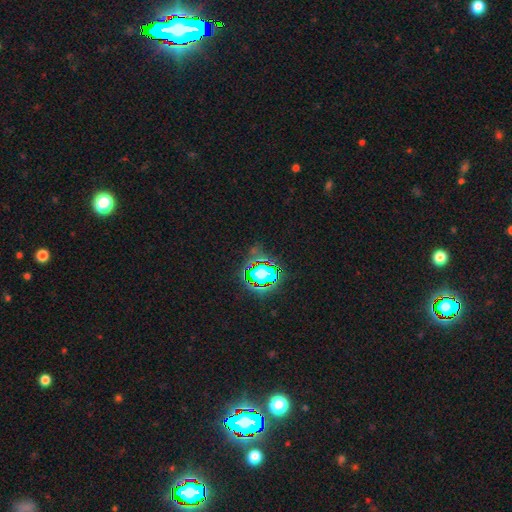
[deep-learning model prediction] Overall: star or artifact (79%).